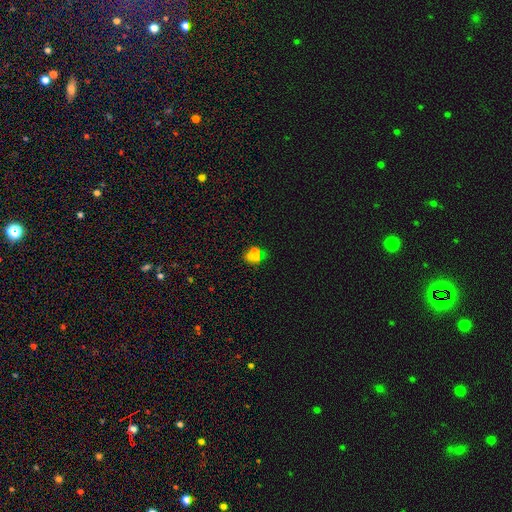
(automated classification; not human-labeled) Smooth or featured? Predicted: smooth (p=0.62). How rounded? Predicted: round (p=0.61). Merging? Predicted: none (p=0.71).